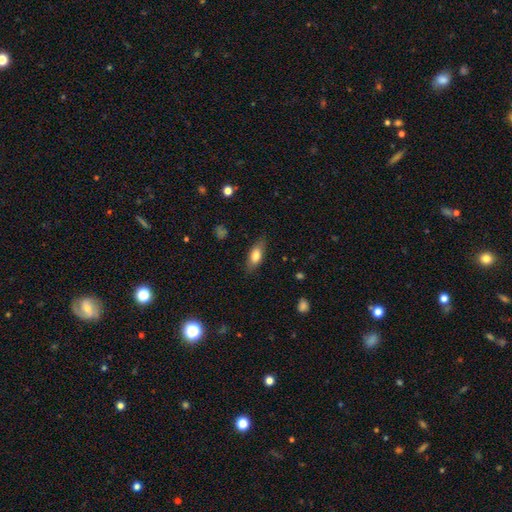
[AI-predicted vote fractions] Smooth or featured?
  - smooth: 76% *
  - featured or disk: 17%
  - star or artifact: 7%
How rounded?
  - in between: 77% *
  - cigar-shaped: 19%
  - round: 4%
Merging?
  - none: 81% *
  - minor disturbance: 14%
  - major disturbance: 3%
  - merger: 1%